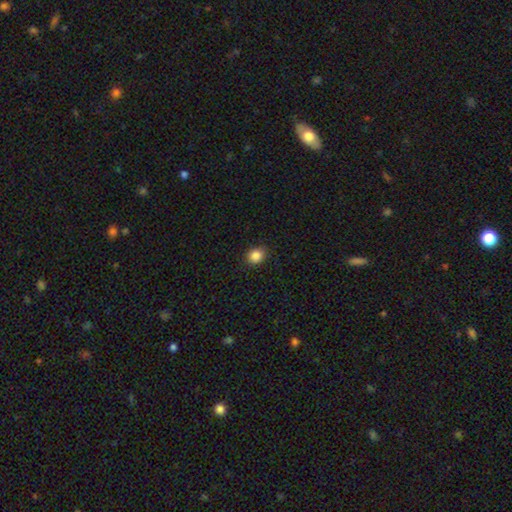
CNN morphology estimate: Smooth or featured? smooth (87%)
How rounded? round (66%)
Merging? none (88%)